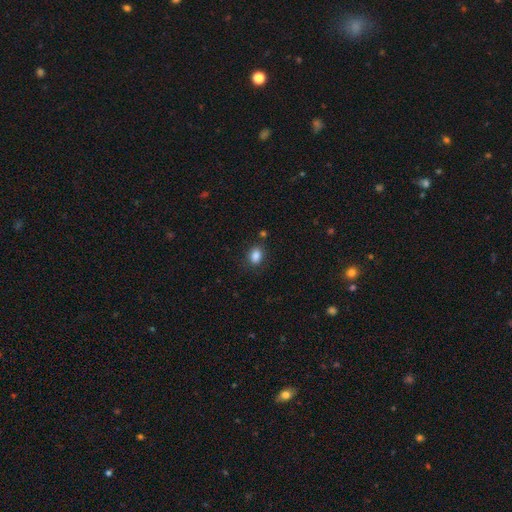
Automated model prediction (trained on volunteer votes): Smooth or featured?
  - smooth: 86% *
  - star or artifact: 10%
  - featured or disk: 4%
How rounded?
  - in between: 72% *
  - round: 27%
  - cigar-shaped: 1%
Merging?
  - none: 80% *
  - minor disturbance: 13%
  - major disturbance: 4%
  - merger: 3%